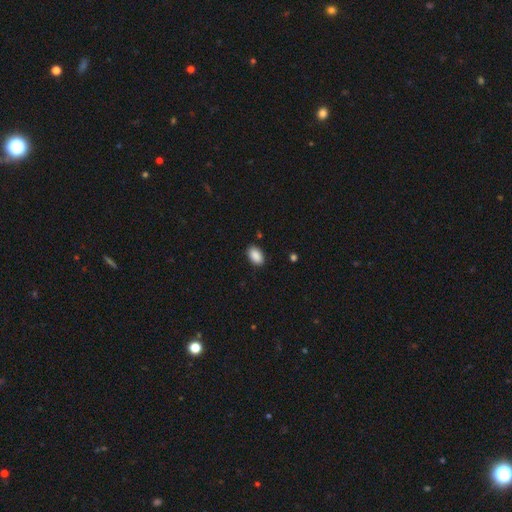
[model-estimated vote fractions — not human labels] smooth 89%, star or artifact 7%, featured or disk 3%. Down the decision tree: how rounded — in between (90%); merging — none (87%).